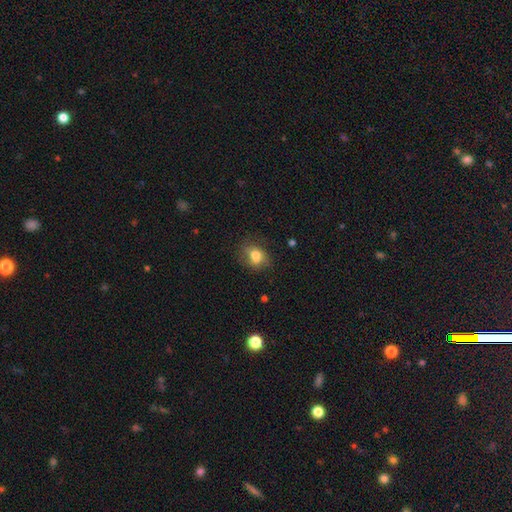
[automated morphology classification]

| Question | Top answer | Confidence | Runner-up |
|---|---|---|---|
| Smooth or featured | smooth | 73% | featured or disk (17%) |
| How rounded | in between | 56% | round (42%) |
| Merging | none | 64% | minor disturbance (25%) |